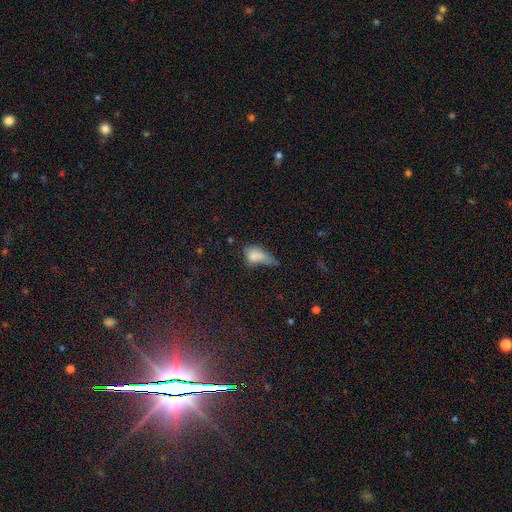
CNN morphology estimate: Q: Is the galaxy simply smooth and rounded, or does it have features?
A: smooth — 72%.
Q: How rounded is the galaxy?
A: in between — 82%.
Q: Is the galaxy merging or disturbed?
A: major disturbance — 35%.